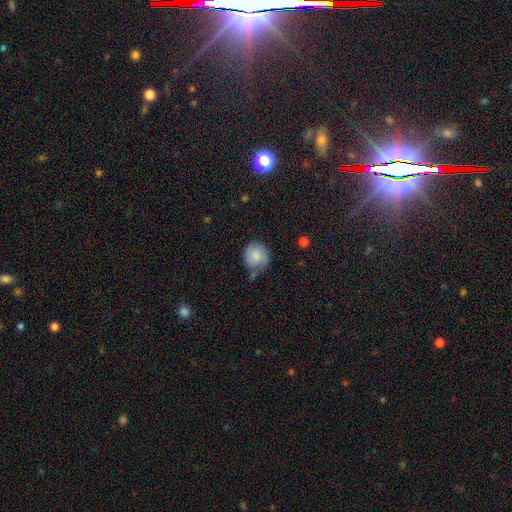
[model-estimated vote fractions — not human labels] Morphology: type=smooth (81%); roundness=round (86%); merging=none (55%).